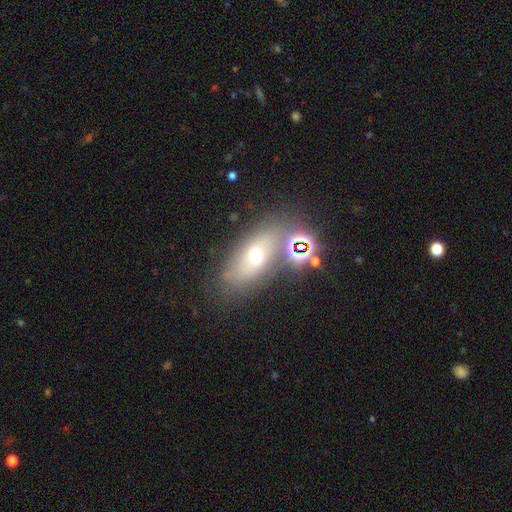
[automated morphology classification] This appears to be a smooth galaxy with no disk features (54%) that is in between round and cigar-shaped (77%). Merging: none (68%).